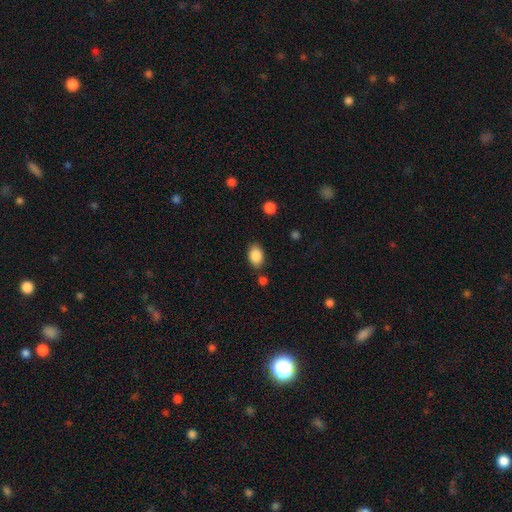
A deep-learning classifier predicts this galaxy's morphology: Smooth or featured? Predicted: smooth (p=0.88). How rounded? Predicted: in between (p=0.86). Merging? Predicted: none (p=0.77).